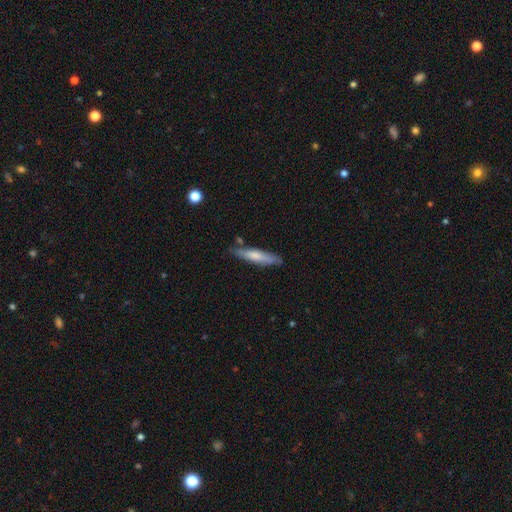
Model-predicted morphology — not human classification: A smooth galaxy with no disk features (67%) that is cigar-shaped (87%).

Vote fractions:
- Smooth or featured? smooth: 67% / featured or disk: 28% / star or artifact: 5%
- How rounded? cigar-shaped: 87% / in between: 11% / round: 1%
- Merging? none: 78% / minor disturbance: 16% / merger: 4% / major disturbance: 3%